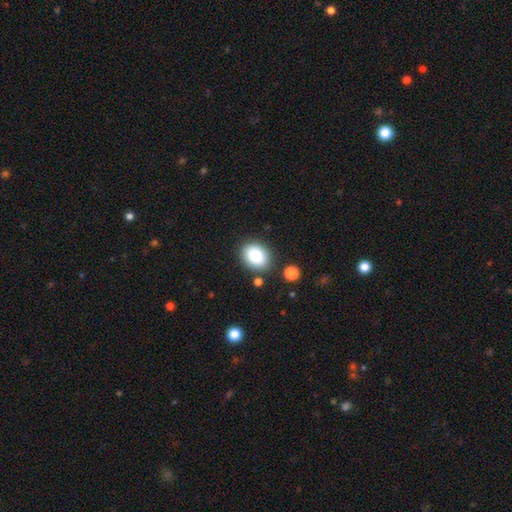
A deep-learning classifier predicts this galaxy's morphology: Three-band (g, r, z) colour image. It shows a smooth galaxy with no disk features (84%) that is in between round and cigar-shaped (66%). Merging: none (82%).